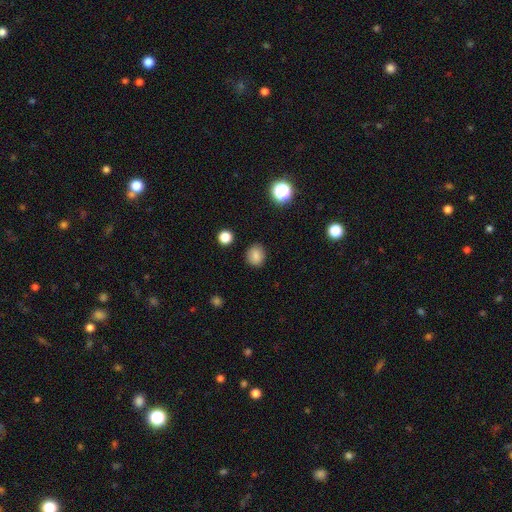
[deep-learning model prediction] A smooth galaxy with no disk features (84%) that is round (78%). Merging: none (88%).